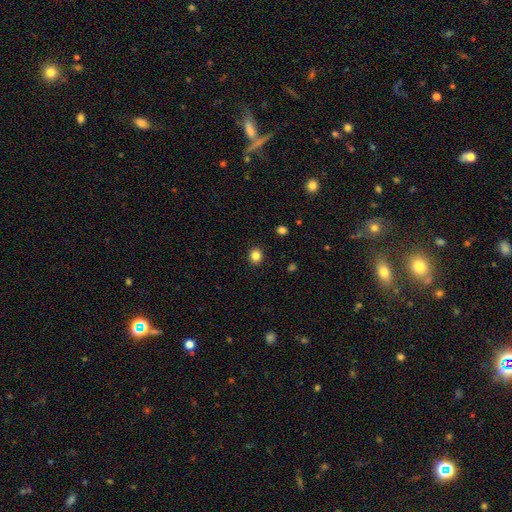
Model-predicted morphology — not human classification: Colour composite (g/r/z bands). It shows a smooth galaxy with no disk features (84%) that is round (74%). Merging: none (91%).